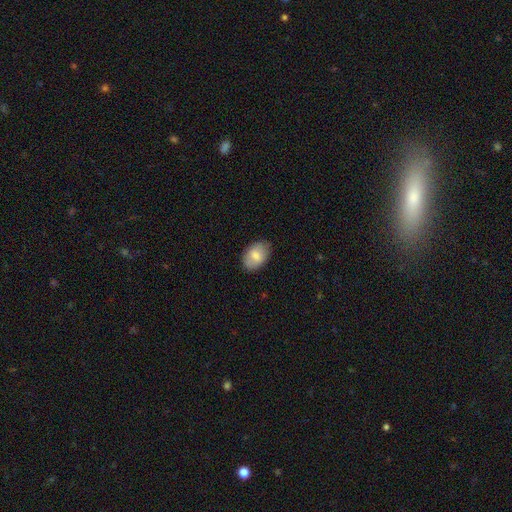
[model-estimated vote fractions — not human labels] Smooth or featured: smooth — 76% (featured or disk — 18%)
How rounded: in between — 86% (round — 13%)
Merging: none — 80% (minor disturbance — 16%)